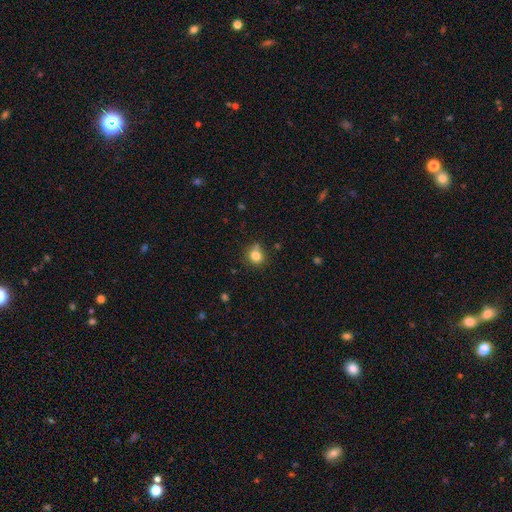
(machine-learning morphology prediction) Overall: smooth (81%). How rounded: round (86%). Merging: none (72%).